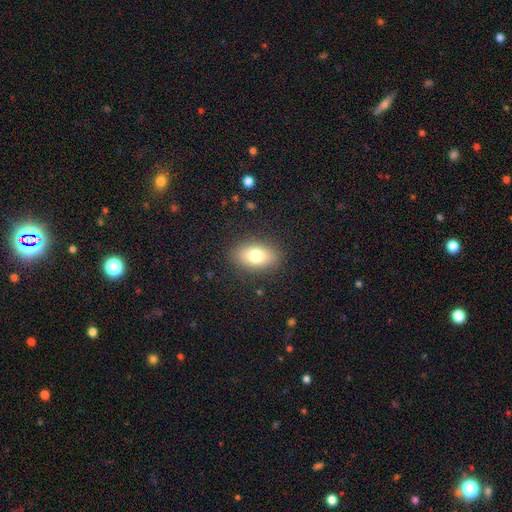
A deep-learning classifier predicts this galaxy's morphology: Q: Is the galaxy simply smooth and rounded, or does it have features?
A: smooth — 77%.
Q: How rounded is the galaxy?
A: in between — 87%.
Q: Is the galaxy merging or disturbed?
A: none — 86%.